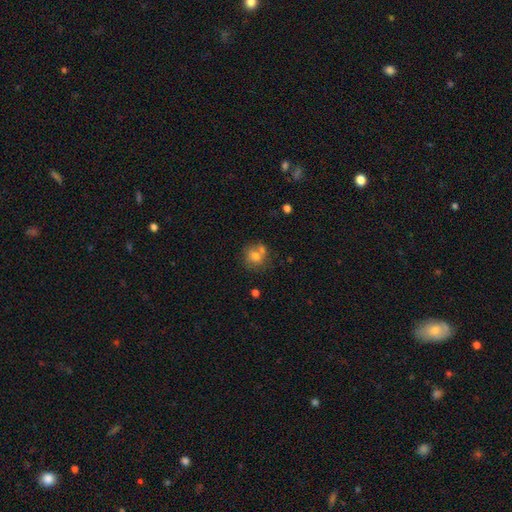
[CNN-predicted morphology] smooth-or-featured: smooth: 73% | featured or disk: 16% | star or artifact: 11%
  how-rounded: round: 77% | in between: 22% | cigar-shaped: 1%
  merging: none: 50% | merger: 32% | minor disturbance: 13% | major disturbance: 4%